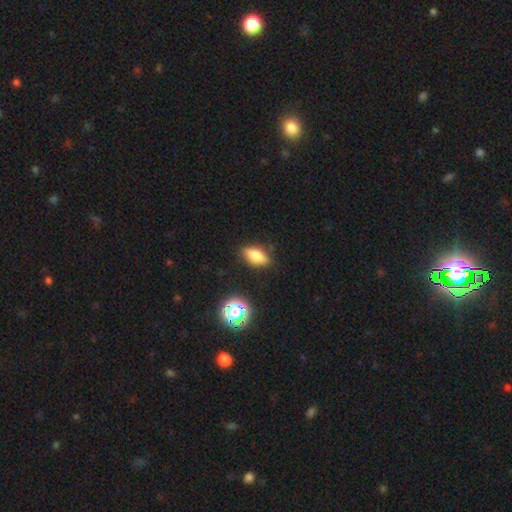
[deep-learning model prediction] This is likely a smooth galaxy (72%). How rounded: likely in between (79%). Merging: clearly none (84%).